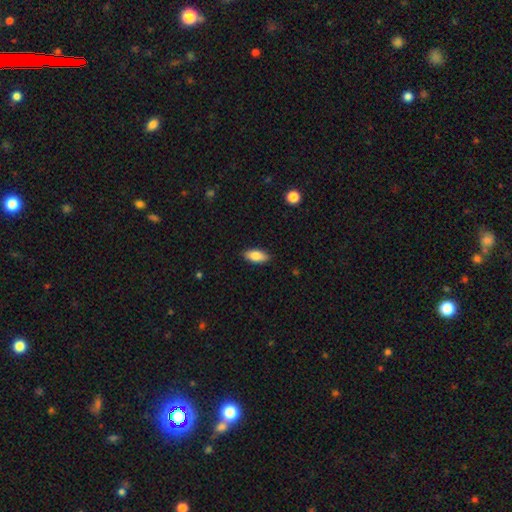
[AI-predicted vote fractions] Smooth or featured?
  - smooth: 83% *
  - featured or disk: 11%
  - star or artifact: 7%
How rounded?
  - in between: 86% *
  - cigar-shaped: 11%
  - round: 3%
Merging?
  - none: 87% *
  - minor disturbance: 10%
  - major disturbance: 2%
  - merger: 1%